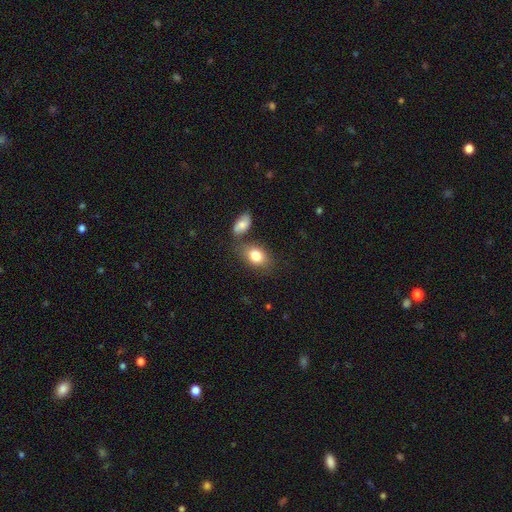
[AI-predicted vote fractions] Morphology: type=smooth (81%); roundness=in between (81%); merging=none (61%).